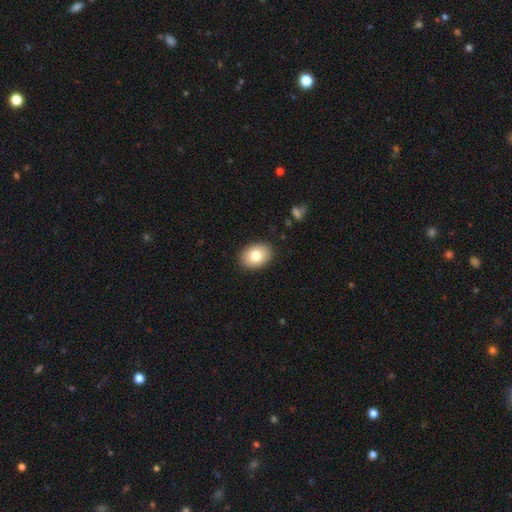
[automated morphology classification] Smooth or featured?
  - smooth: 80% *
  - featured or disk: 12%
  - star or artifact: 8%
How rounded?
  - in between: 72% *
  - round: 27%
  - cigar-shaped: 1%
Merging?
  - none: 89% *
  - minor disturbance: 8%
  - major disturbance: 2%
  - merger: 1%